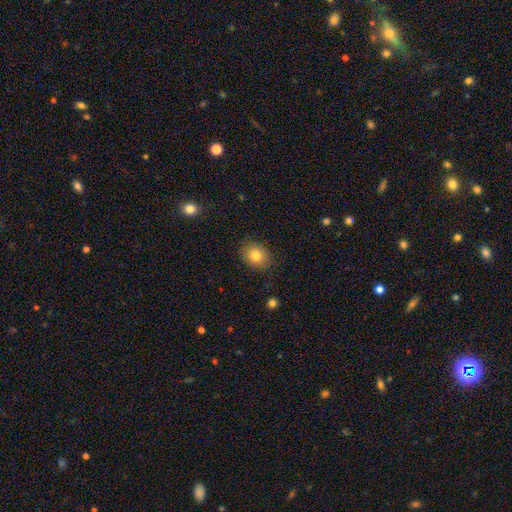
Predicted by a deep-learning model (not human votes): Overall: smooth (81%). How rounded: round (51%; in between 48%). Merging: none (86%).